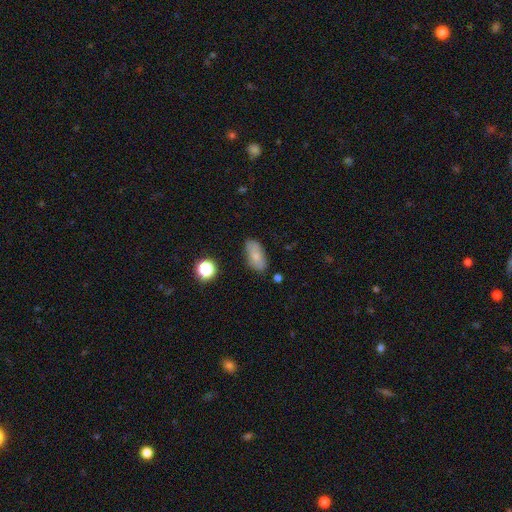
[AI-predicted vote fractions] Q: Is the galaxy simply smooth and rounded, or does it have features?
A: smooth — 72%.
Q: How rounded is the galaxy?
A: in between — 89%.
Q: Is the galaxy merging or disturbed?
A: none — 77%.